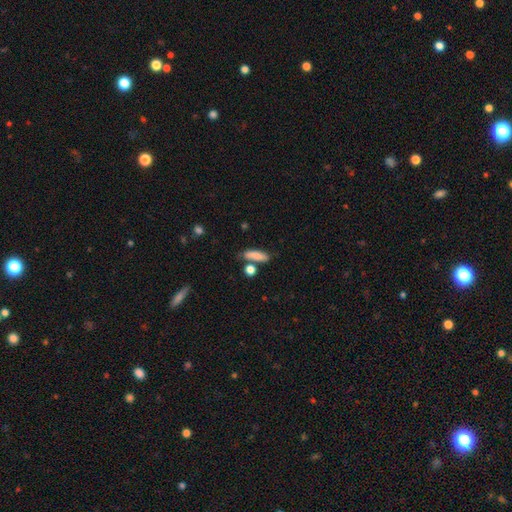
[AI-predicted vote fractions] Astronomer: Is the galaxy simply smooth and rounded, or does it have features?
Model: smooth — 81%.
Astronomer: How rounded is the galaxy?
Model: cigar-shaped — 49% (runner-up: in between, 45%).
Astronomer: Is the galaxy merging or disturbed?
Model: none — 65%.